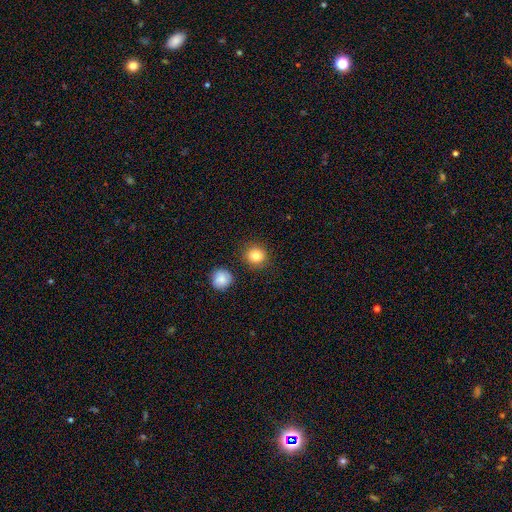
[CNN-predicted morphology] Overall: smooth (83%). How rounded: round (91%). Merging: none (87%).